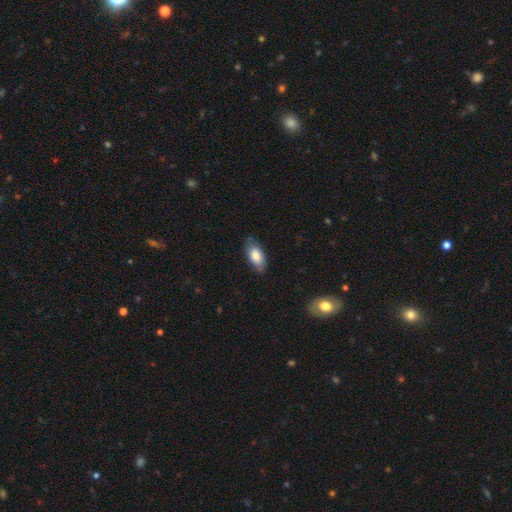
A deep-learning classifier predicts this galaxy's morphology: A smooth galaxy with no disk features (80%) that is in between round and cigar-shaped (91%). Merging: none (80%).